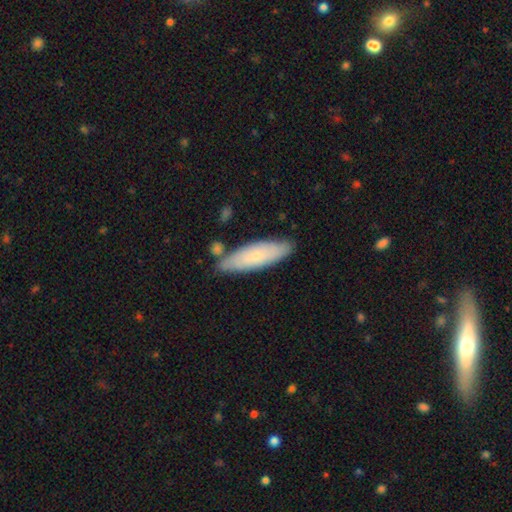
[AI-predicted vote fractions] smooth-or-featured: smooth: 70% | featured or disk: 24% | star or artifact: 6%
  how-rounded: cigar-shaped: 53% | in between: 45% | round: 2%
  merging: none: 75% | minor disturbance: 15% | merger: 7% | major disturbance: 3%